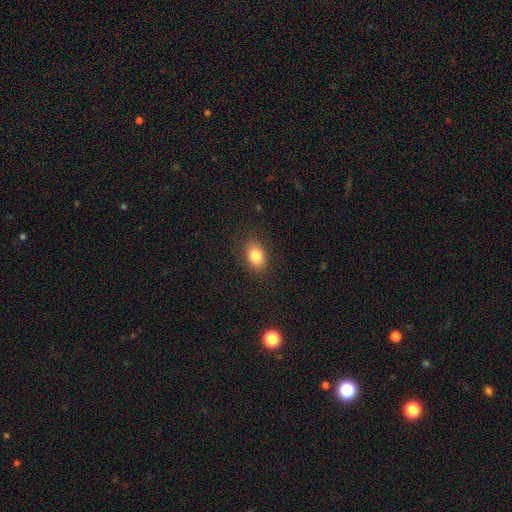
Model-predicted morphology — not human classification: smooth 83%, star or artifact 9%, featured or disk 8%. Down the decision tree: how rounded — in between (82%); merging — none (86%).